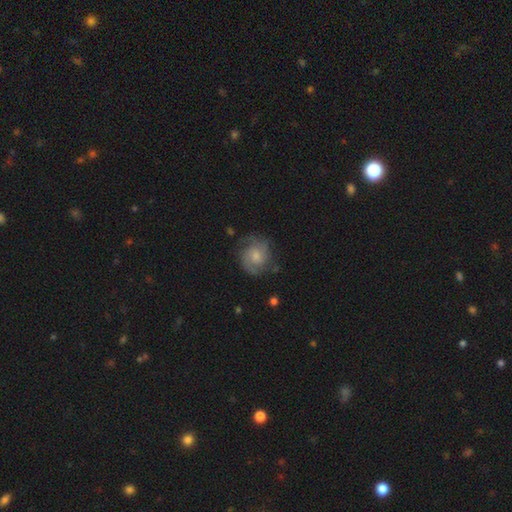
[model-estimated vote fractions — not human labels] The model was most divided on "spiral winding": medium: 45%, tight: 42%, loose: 13%. Remaining: edge-on disk — no (98%); spiral arms — yes (95%); smooth or featured — featured or disk (75%); merging — none (72%); spiral arm count — 2 (67%); bar — no (59%); bulge size — small (46%).